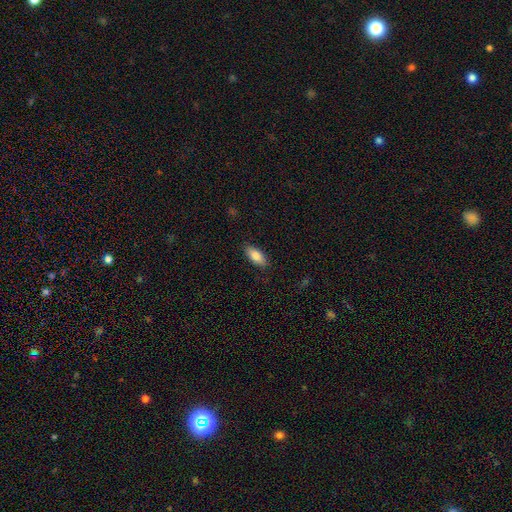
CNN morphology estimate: This appears to be a smooth galaxy with no disk features (85%) that is in between round and cigar-shaped (87%). Merging: none (86%).